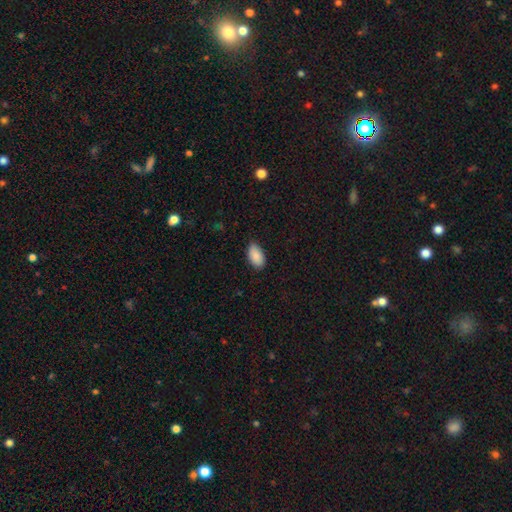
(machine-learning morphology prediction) smooth 89%, star or artifact 6%, featured or disk 5%. Down the decision tree: how rounded — in between (95%); merging — none (81%).